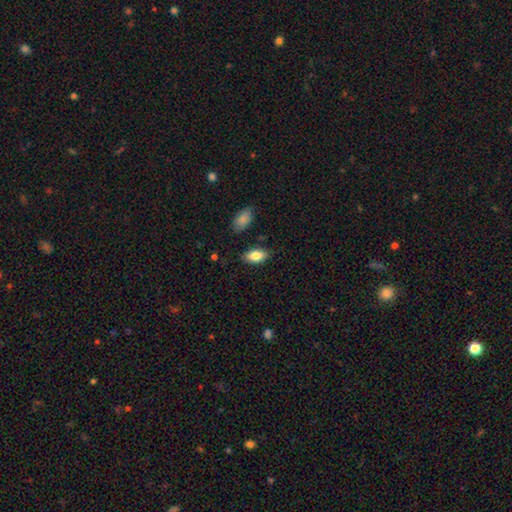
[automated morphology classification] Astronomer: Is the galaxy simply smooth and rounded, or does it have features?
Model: smooth — 84%.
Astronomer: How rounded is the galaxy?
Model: in between — 91%.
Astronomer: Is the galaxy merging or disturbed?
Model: none — 83%.